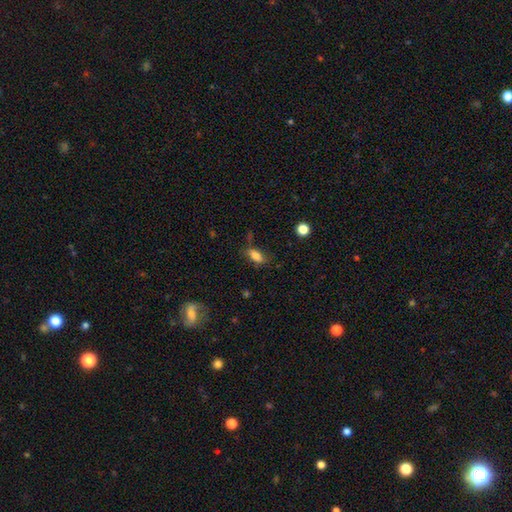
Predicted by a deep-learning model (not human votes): Q: Smooth or featured?
A: smooth (81%); runner-up: star or artifact (10%)
Q: How rounded?
A: in between (84%); runner-up: cigar-shaped (11%)
Q: Merging?
A: none (70%); runner-up: minor disturbance (20%)